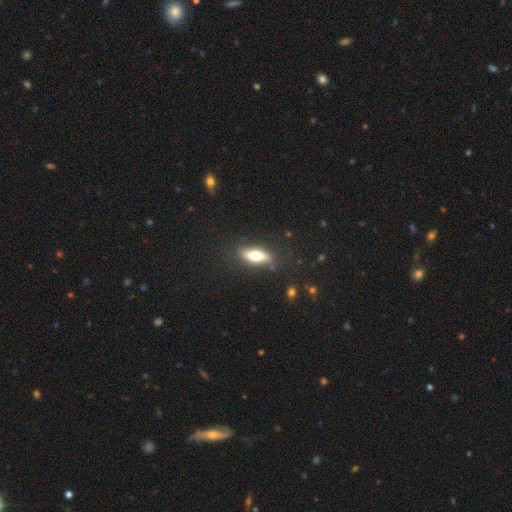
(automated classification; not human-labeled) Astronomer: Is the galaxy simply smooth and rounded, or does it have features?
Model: smooth — 69%.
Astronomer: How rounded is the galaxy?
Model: in between — 61% (runner-up: cigar-shaped, 36%).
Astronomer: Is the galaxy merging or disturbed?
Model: none — 81%.